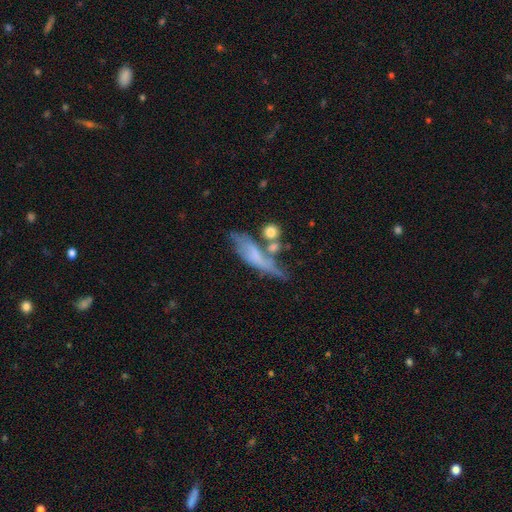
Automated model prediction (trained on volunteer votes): Smooth or featured?
  - smooth: 45% * (tied)
  - featured or disk: 45% * (tied)
  - star or artifact: 10%
Merging?
  - none: 37% *
  - minor disturbance: 23%
  - merger: 21%
  - major disturbance: 19%